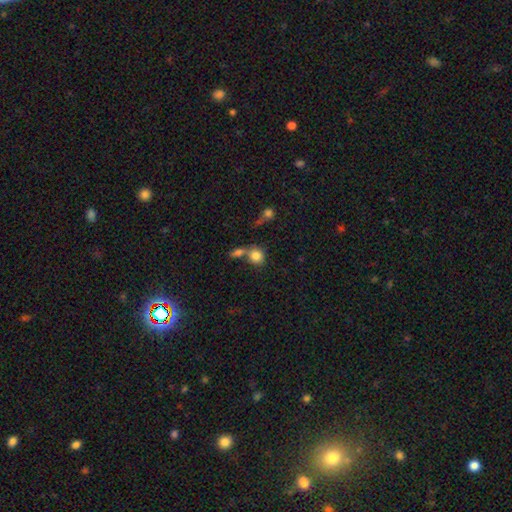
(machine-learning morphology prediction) type=smooth (82%); roundness=round (77%); merging=none (46%).